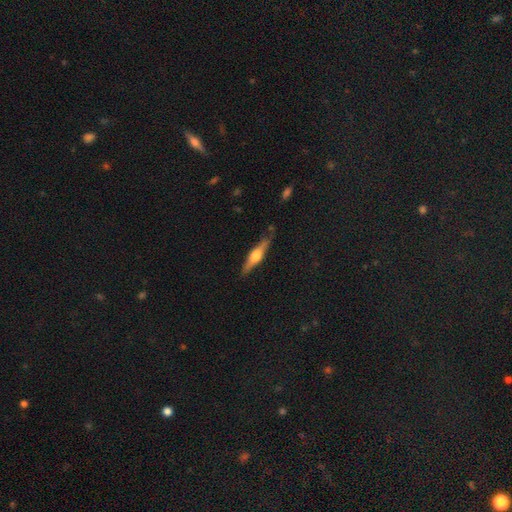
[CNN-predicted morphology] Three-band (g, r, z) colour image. It shows a featured or disk galaxy (63%) viewed edge-on (95%) with a rounded central bulge (91%). Merging: none (81%).